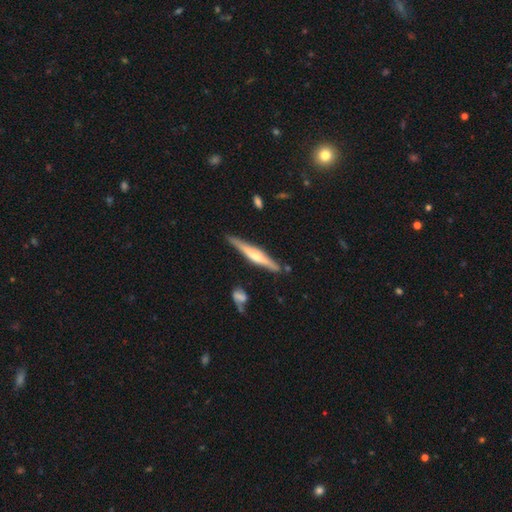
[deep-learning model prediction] smooth_or_featured: featured or disk (p=0.66) [alt: smooth p=0.28]
disk_edge_on: yes (p=0.96) [alt: no p=0.04]
edge_on_bulge: rounded (p=0.81) [alt: none p=0.10]
merging: none (p=0.84) [alt: minor disturbance p=0.11]